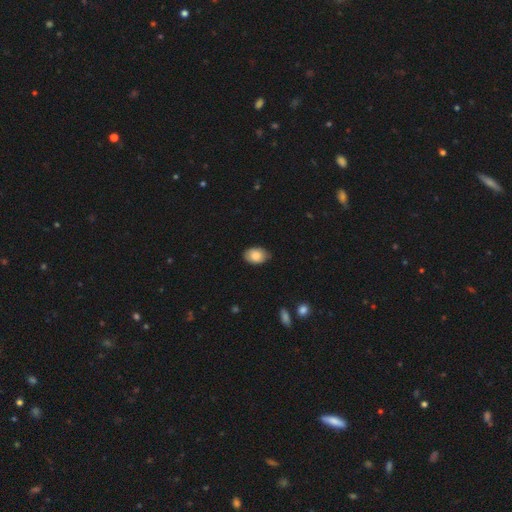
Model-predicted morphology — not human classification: This appears to be a smooth galaxy with no disk features (85%) that is in between round and cigar-shaped (86%). Merging: none (81%).